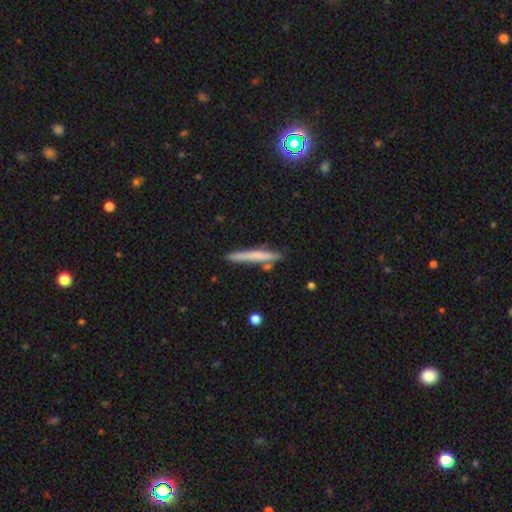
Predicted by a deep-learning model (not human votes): Smooth or featured: smooth — 61% (featured or disk — 32%)
How rounded: cigar-shaped — 96% (in between — 3%)
Merging: none — 83% (minor disturbance — 11%)